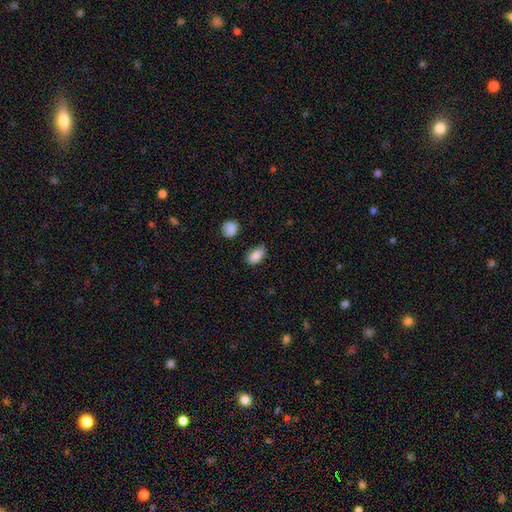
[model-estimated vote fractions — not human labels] smooth_or_featured: smooth (p=0.85) [alt: star or artifact p=0.08]
how_rounded: in between (p=0.89) [alt: round p=0.08]
merging: none (p=0.58) [alt: minor disturbance p=0.33]